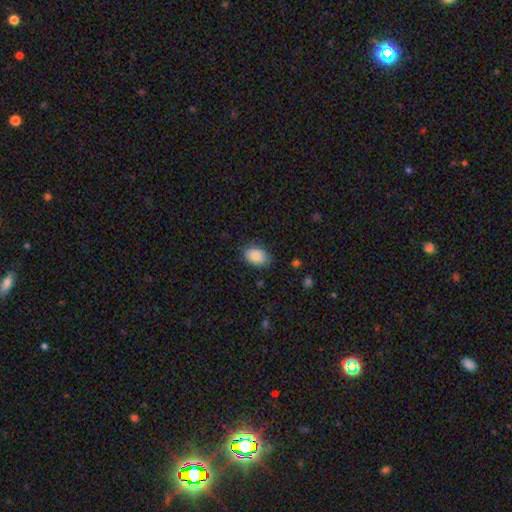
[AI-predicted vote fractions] smooth 87%, star or artifact 7%, featured or disk 6%. Down the decision tree: how rounded — in between (84%); merging — none (79%).